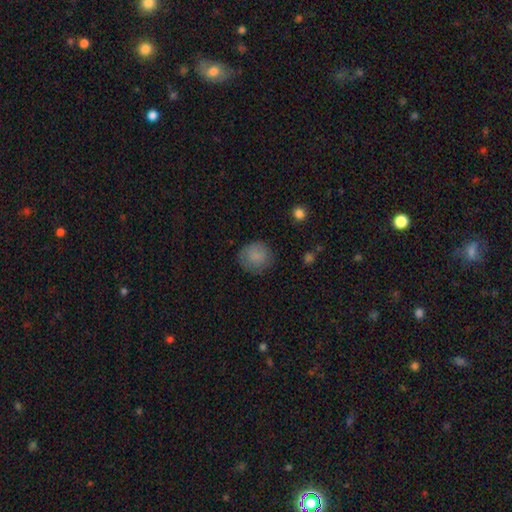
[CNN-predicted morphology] Smooth or featured: smooth — 83% (featured or disk — 8%)
How rounded: round — 90% (in between — 9%)
Merging: none — 80% (minor disturbance — 14%)